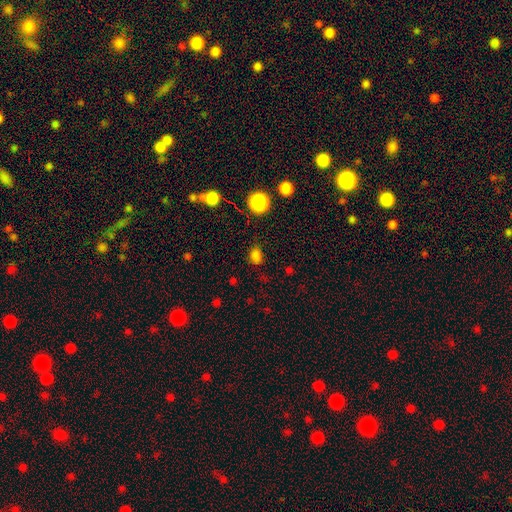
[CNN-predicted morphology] Smooth or featured: smooth — 74% (star or artifact — 22%)
How rounded: in between — 55% (round — 44%)
Merging: none — 78% (minor disturbance — 15%)